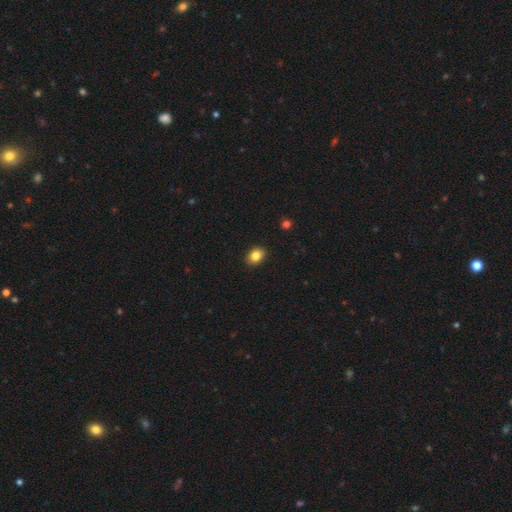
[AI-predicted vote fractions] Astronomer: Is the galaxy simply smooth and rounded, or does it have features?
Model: smooth — 84%.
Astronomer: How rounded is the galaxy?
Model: in between — 58% (runner-up: round, 41%).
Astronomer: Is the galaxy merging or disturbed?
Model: none — 90%.